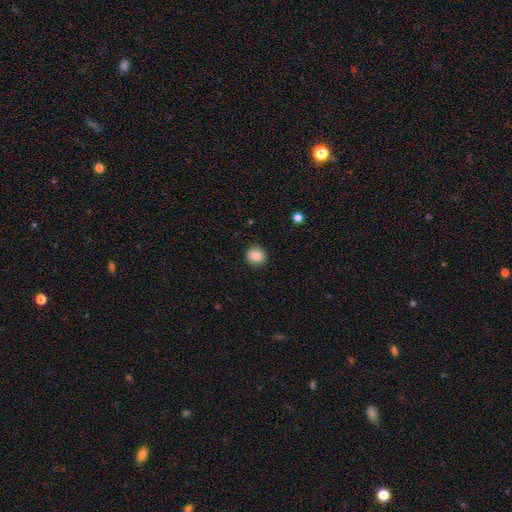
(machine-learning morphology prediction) smooth-or-featured: smooth: 87% | star or artifact: 9% | featured or disk: 4%
  how-rounded: round: 86% | in between: 13% | cigar-shaped: 1%
  merging: none: 91% | minor disturbance: 6% | major disturbance: 2% | merger: 1%